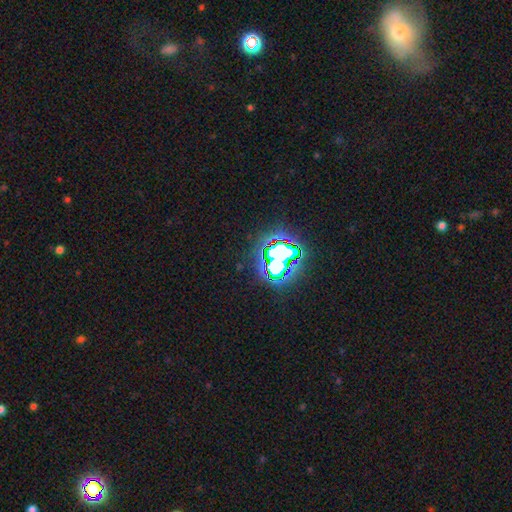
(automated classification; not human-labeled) This appears to be a star or artifact, not a galaxy (78%).